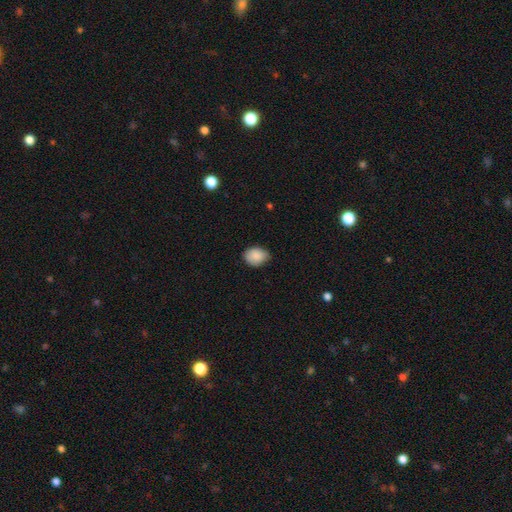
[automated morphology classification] smooth-or-featured: smooth: 87% | star or artifact: 8% | featured or disk: 5%
  how-rounded: in between: 53% | round: 46% | cigar-shaped: 1%
  merging: none: 70% | minor disturbance: 26% | major disturbance: 3% | merger: 1%